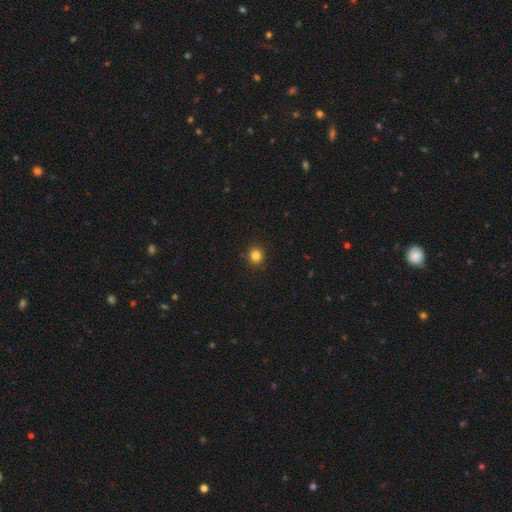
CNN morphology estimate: type=smooth (83%); roundness=round (83%); merging=none (90%).